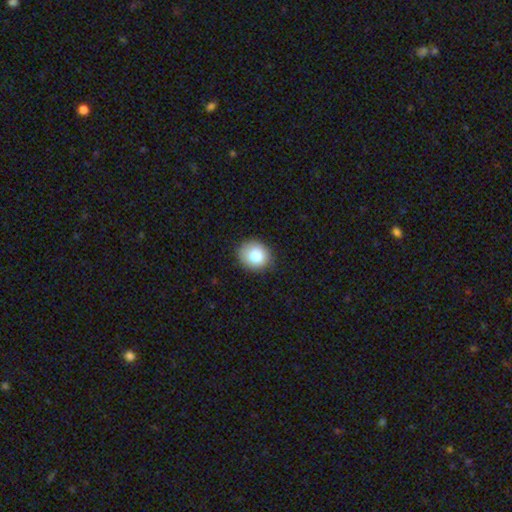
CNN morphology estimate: Q: Smooth or featured?
A: smooth (83%); runner-up: star or artifact (9%)
Q: How rounded?
A: round (76%); runner-up: in between (24%)
Q: Merging?
A: none (83%); runner-up: minor disturbance (13%)